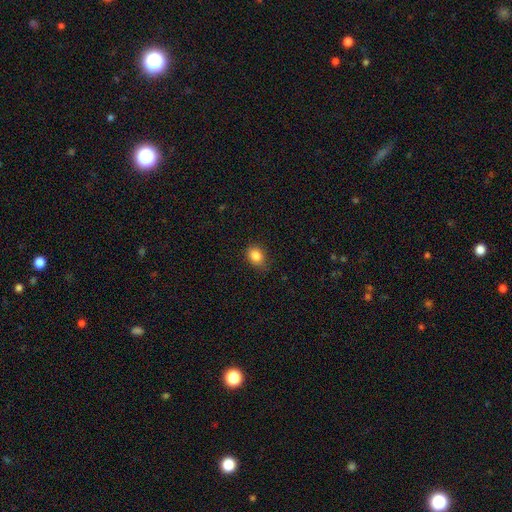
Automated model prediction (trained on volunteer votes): smooth 85%, star or artifact 10%, featured or disk 5%. Down the decision tree: how rounded — in between (52%); merging — none (76%).